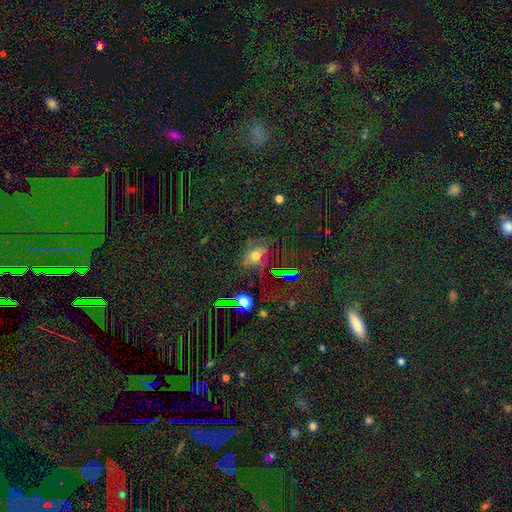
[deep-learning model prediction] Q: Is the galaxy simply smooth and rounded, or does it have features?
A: smooth — 44%.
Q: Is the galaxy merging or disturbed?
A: none — 64%.